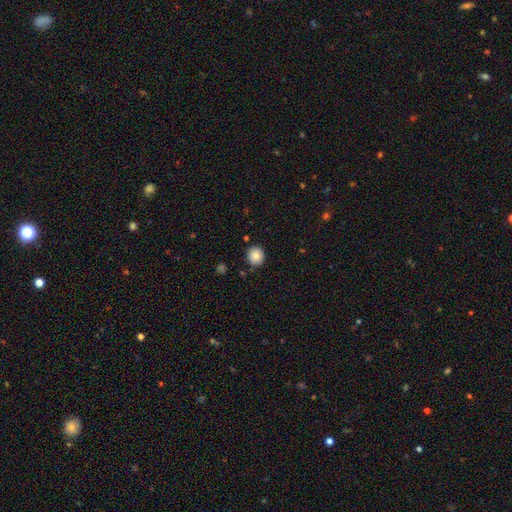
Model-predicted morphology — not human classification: Overall: smooth (85%). How rounded: round (87%). Merging: none (87%).